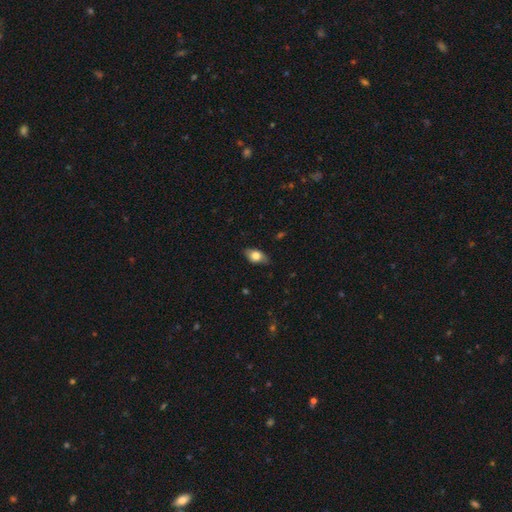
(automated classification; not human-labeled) Smooth or featured: smooth — 73% (featured or disk — 20%)
How rounded: in between — 85% (round — 11%)
Merging: none — 77% (minor disturbance — 18%)